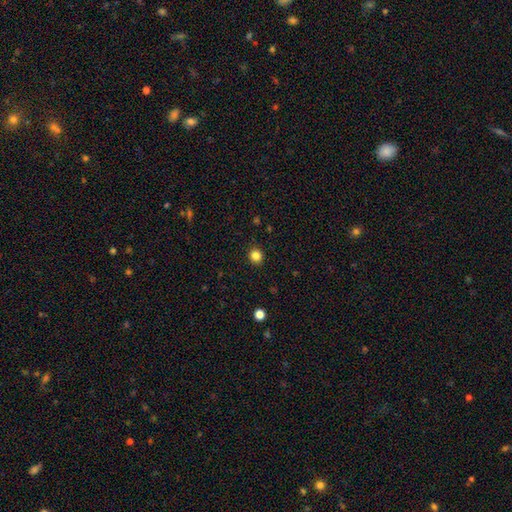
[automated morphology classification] smooth_or_featured: smooth (p=0.83) [alt: star or artifact p=0.13]
how_rounded: round (p=0.89) [alt: in between p=0.10]
merging: none (p=0.91) [alt: minor disturbance p=0.06]